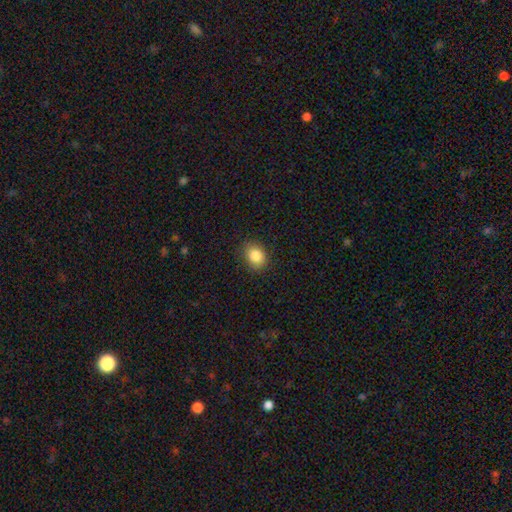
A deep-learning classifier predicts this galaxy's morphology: Smooth or featured? smooth (85%)
How rounded? round (52%)
Merging? none (86%)